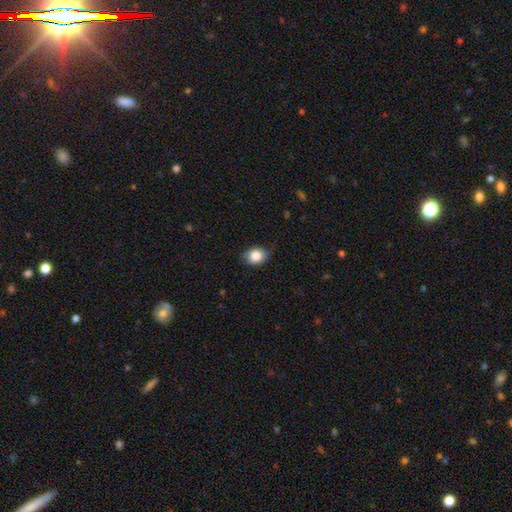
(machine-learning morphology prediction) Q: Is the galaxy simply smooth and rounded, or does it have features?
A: smooth — 84%.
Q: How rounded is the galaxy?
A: in between — 62%.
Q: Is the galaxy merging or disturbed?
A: none — 78%.